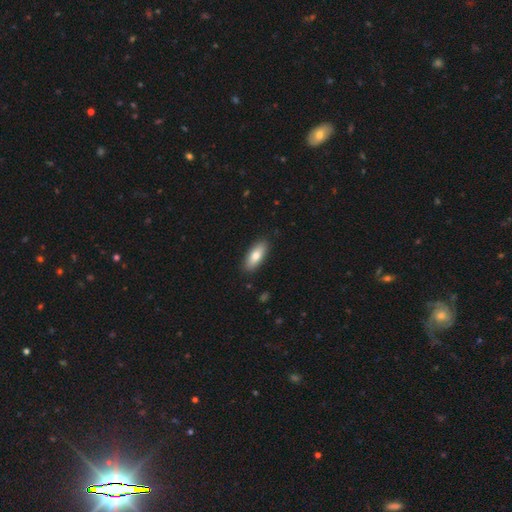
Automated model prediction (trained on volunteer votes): smooth-or-featured: smooth: 76% | featured or disk: 18% | star or artifact: 6%
  how-rounded: in between: 76% | cigar-shaped: 21% | round: 2%
  merging: none: 89% | minor disturbance: 9% | major disturbance: 2% | merger: 1%